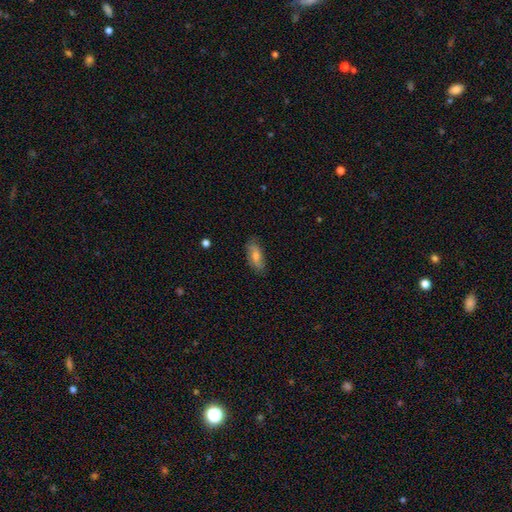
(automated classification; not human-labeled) A smooth galaxy with no disk features (58%) that is in between round and cigar-shaped (78%).

Vote fractions:
- Smooth or featured? smooth: 58% / featured or disk: 33% / star or artifact: 9%
- How rounded? in between: 78% / cigar-shaped: 19% / round: 3%
- Merging? none: 82% / minor disturbance: 14% / major disturbance: 3% / merger: 1%